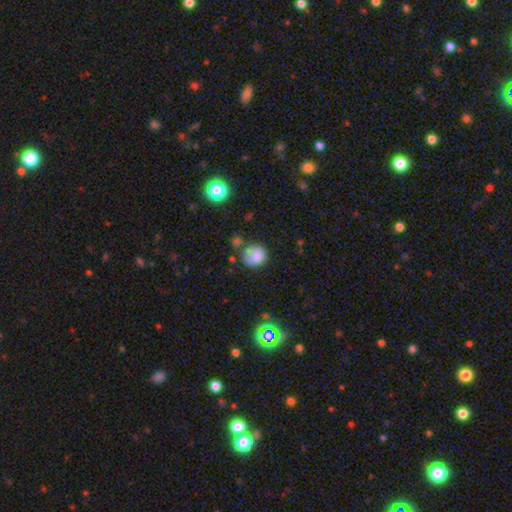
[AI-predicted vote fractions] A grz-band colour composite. It shows a smooth galaxy with no disk features (79%) that is round (81%). Merging: none (61%).